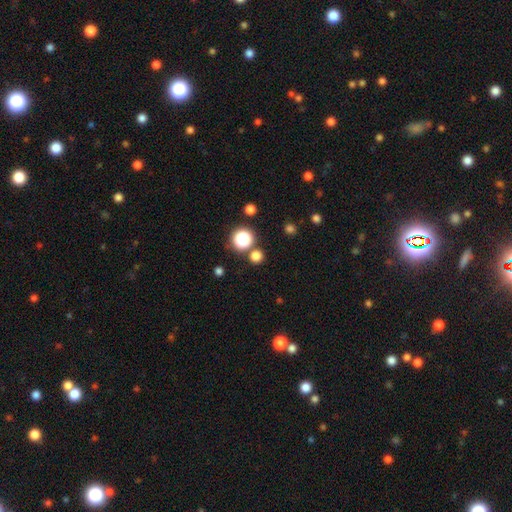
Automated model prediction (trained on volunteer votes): Smooth or featured? smooth (74%)
How rounded? round (91%)
Merging? none (81%)